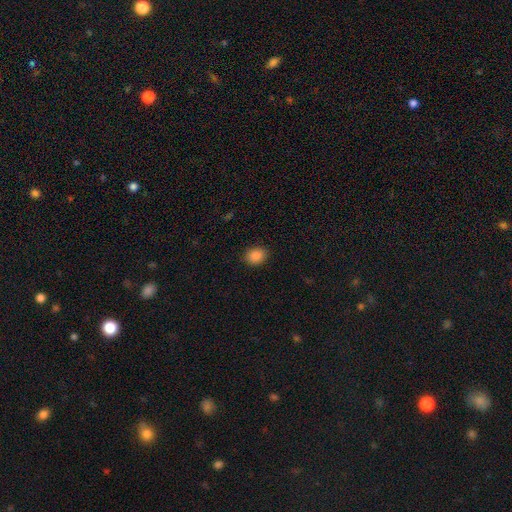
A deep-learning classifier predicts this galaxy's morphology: This appears to be a smooth galaxy with no disk features (87%) that is round (53%). Merging: none (89%).